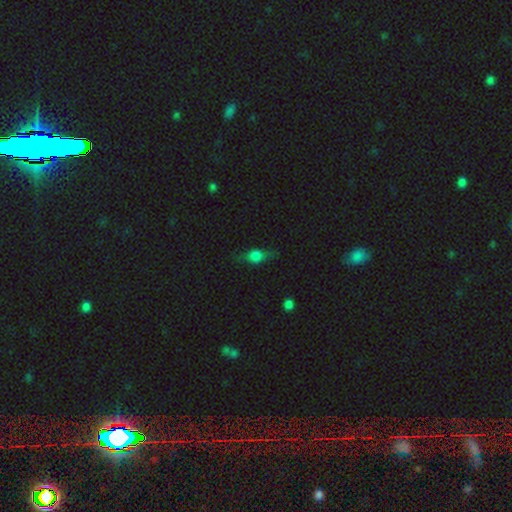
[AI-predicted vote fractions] This appears to be a smooth galaxy with no disk features (56%) that is in between round and cigar-shaped (56%). Merging: none (67%).